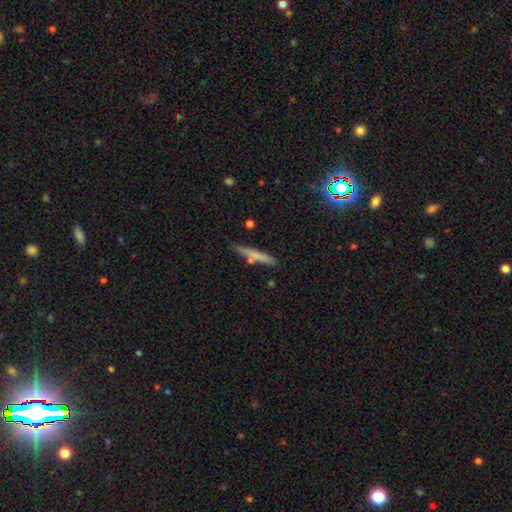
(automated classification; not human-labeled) This appears to be a smooth galaxy with no disk features (66%) that is cigar-shaped (93%). Merging: none (78%).